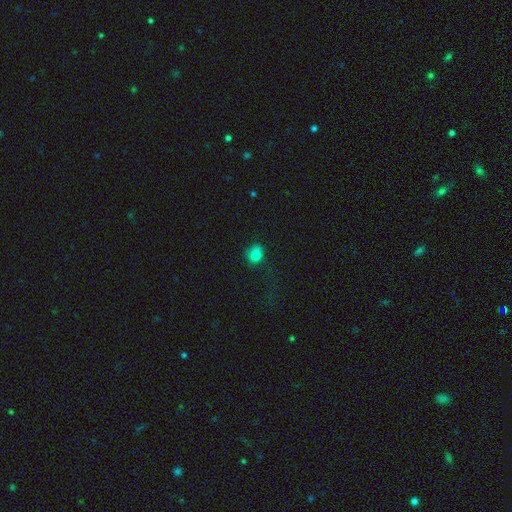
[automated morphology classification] The model was most divided on "how rounded": round: 50%, in between: 49%, cigar-shaped: 1%. More confident: smooth or featured — smooth (80%); merging — none (60%).